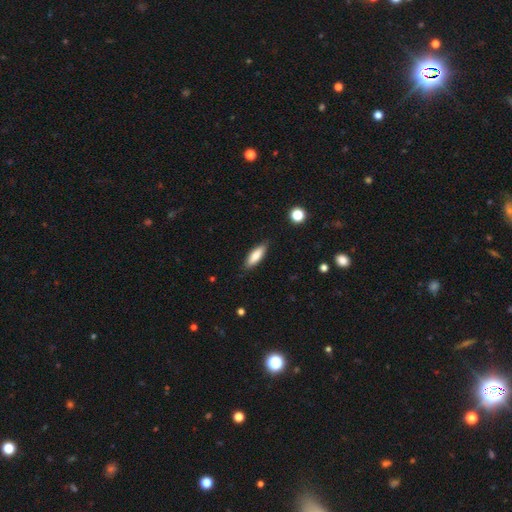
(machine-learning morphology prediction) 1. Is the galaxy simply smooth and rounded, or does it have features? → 81% smooth, 13% featured or disk, 6% star or artifact.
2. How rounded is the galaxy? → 57% in between, 41% cigar-shaped, 2% round.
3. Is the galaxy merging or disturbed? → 86% none, 11% minor disturbance, 2% major disturbance, 1% merger.